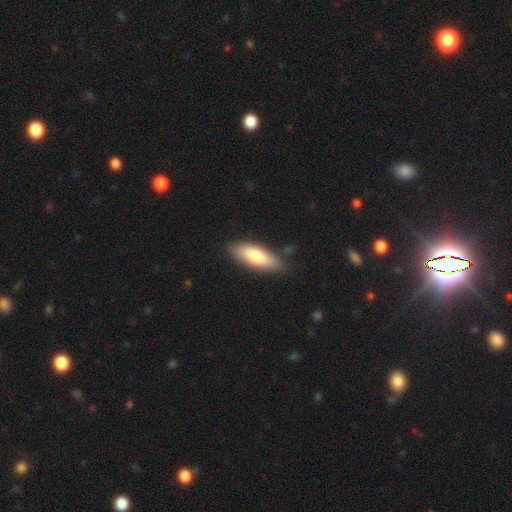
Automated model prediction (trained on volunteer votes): Smooth or featured: smooth — 77% (featured or disk — 18%)
How rounded: in between — 61% (cigar-shaped — 37%)
Merging: none — 80% (minor disturbance — 15%)